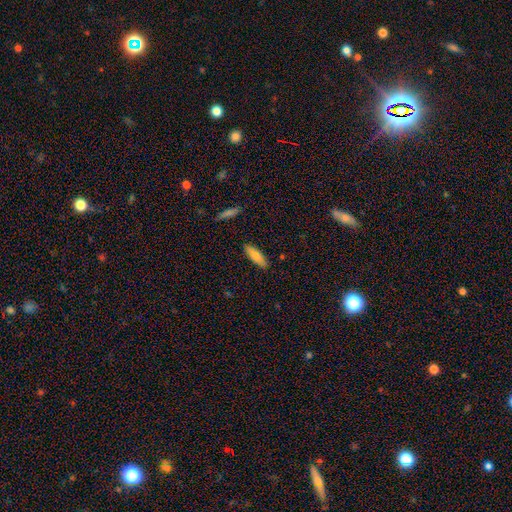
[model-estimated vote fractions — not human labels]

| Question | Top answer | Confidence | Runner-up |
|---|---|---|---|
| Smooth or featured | smooth | 79% | featured or disk (14%) |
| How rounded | in between | 52% | cigar-shaped (46%) |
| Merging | none | 87% | minor disturbance (10%) |